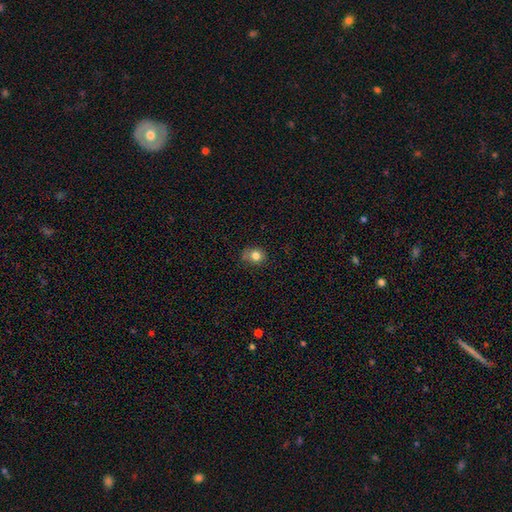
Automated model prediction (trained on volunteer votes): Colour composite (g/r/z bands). It shows a smooth galaxy with no disk features (81%) that is round (64%). Merging: none (68%).